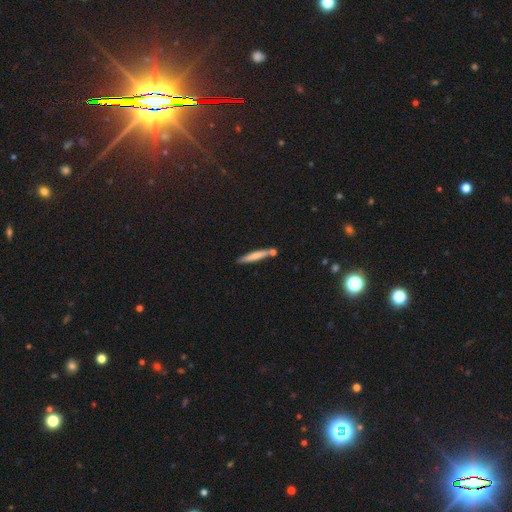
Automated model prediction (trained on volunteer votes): Morphology: type=smooth (66%); roundness=cigar-shaped (94%); merging=none (74%).